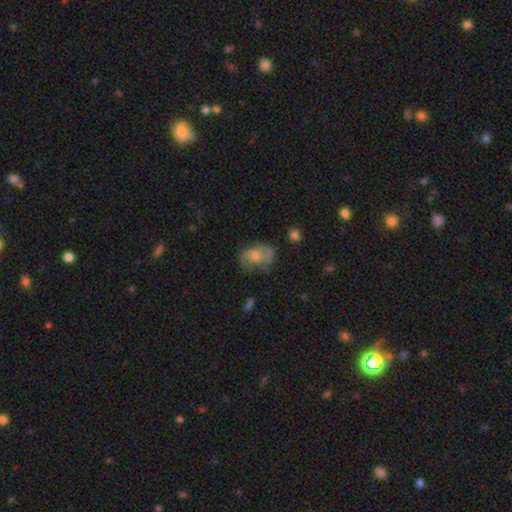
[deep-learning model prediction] This appears to be a smooth galaxy with no disk features (46%). Merging: none (55%).